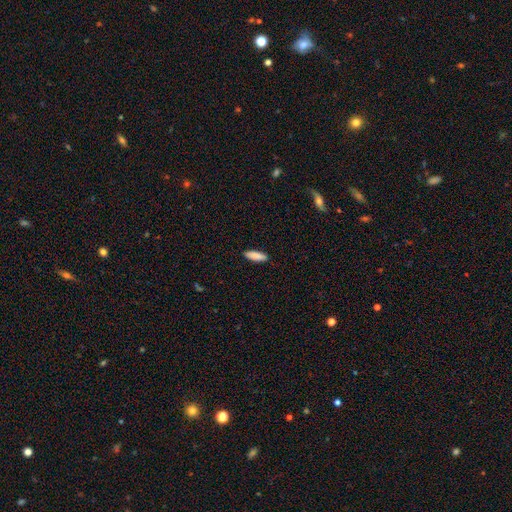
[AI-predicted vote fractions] Q: Smooth or featured?
A: smooth (89%); runner-up: star or artifact (6%)
Q: How rounded?
A: cigar-shaped (50%); runner-up: in between (49%)
Q: Merging?
A: none (89%); runner-up: minor disturbance (8%)